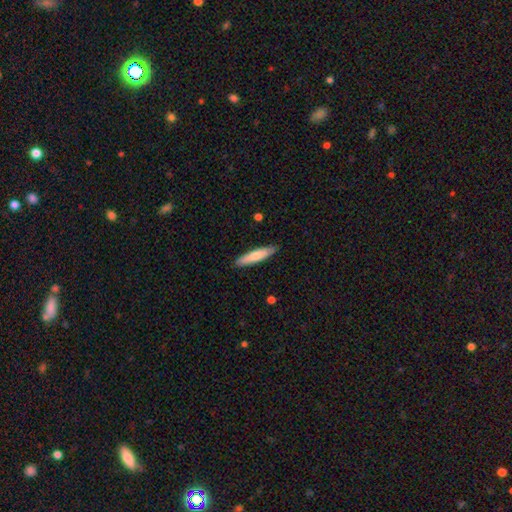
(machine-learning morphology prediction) A smooth galaxy with no disk features (73%) that is cigar-shaped (86%). Merging: none (89%).